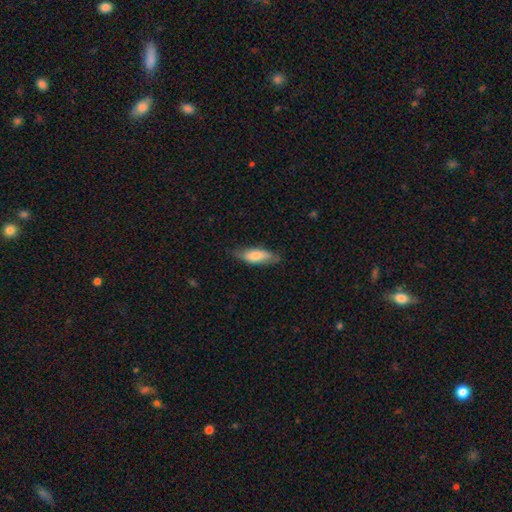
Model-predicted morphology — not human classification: Q: Smooth or featured?
A: smooth (76%); runner-up: featured or disk (18%)
Q: How rounded?
A: in between (65%); runner-up: cigar-shaped (33%)
Q: Merging?
A: none (74%); runner-up: minor disturbance (21%)